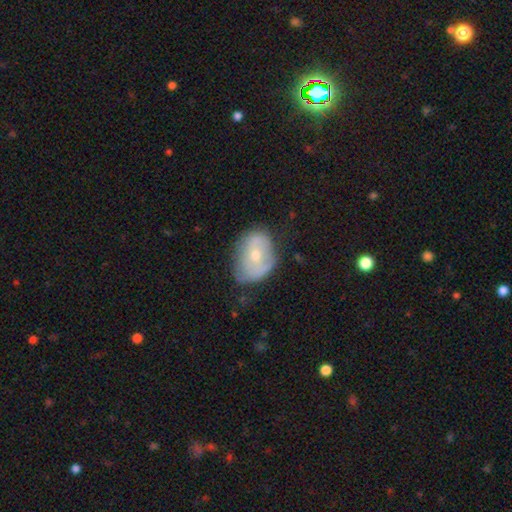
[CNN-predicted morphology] The model was most divided on "smooth or featured": smooth: 49%, featured or disk: 44%, star or artifact: 8%. Remaining: merging — none (48%).